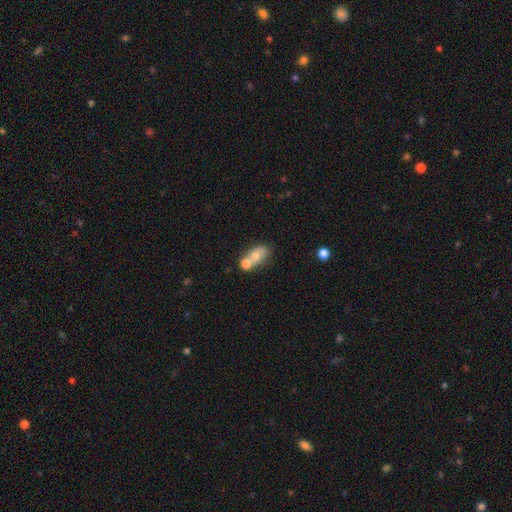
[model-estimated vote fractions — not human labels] Overall: smooth (67%). How rounded: in between (73%). Merging: merger (56%; none 27%).